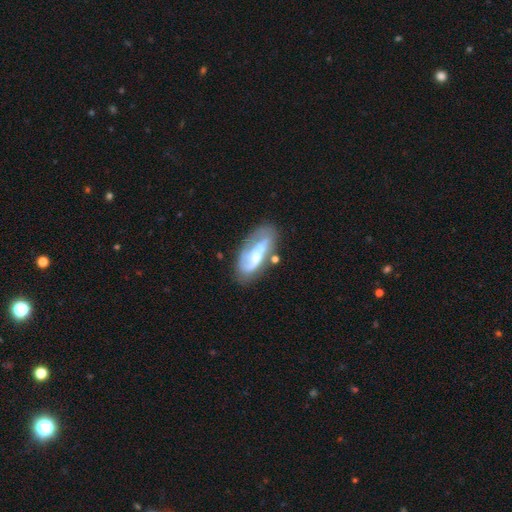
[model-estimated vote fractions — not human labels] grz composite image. It shows a featured or disk galaxy (67%) with no bar (51%), 2 (47%) medium (40%) spiral arms (81%) and a moderate central bulge (36%). Merging: none (50%).